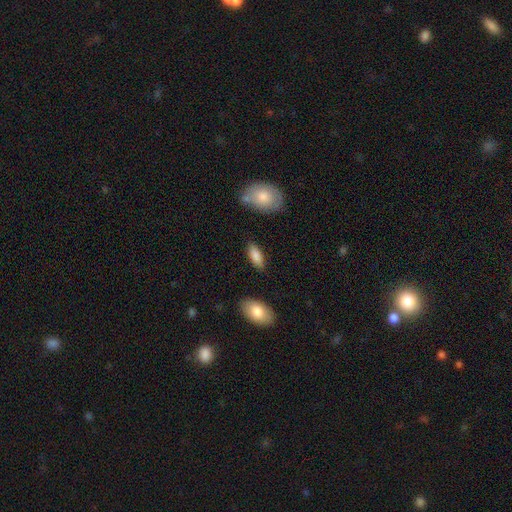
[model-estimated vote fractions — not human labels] This is clearly a smooth galaxy (84%). How rounded: clearly in between (81%). Merging: clearly none (84%).